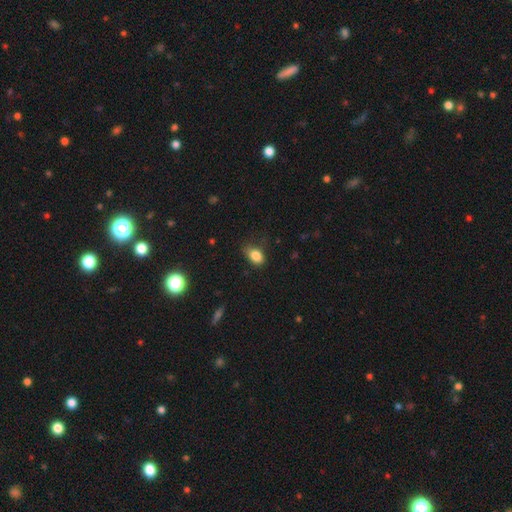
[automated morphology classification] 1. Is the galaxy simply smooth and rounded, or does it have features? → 83% smooth, 10% star or artifact, 7% featured or disk.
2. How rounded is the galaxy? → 82% in between, 16% round, 2% cigar-shaped.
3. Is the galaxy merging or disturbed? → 59% none, 30% minor disturbance, 9% major disturbance, 2% merger.